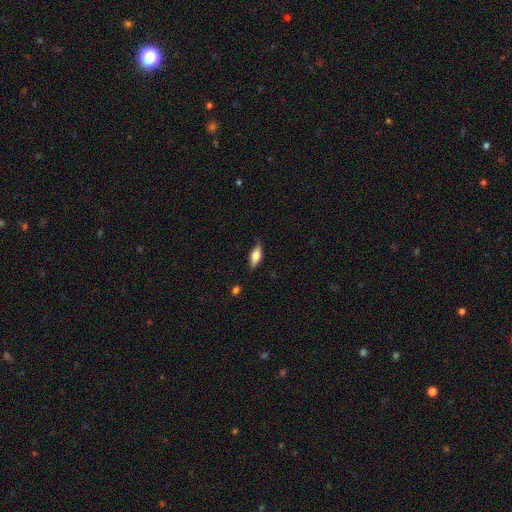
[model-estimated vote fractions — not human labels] Overall: smooth (59%; featured or disk 34%). How rounded: in between (72%). Merging: none (78%).